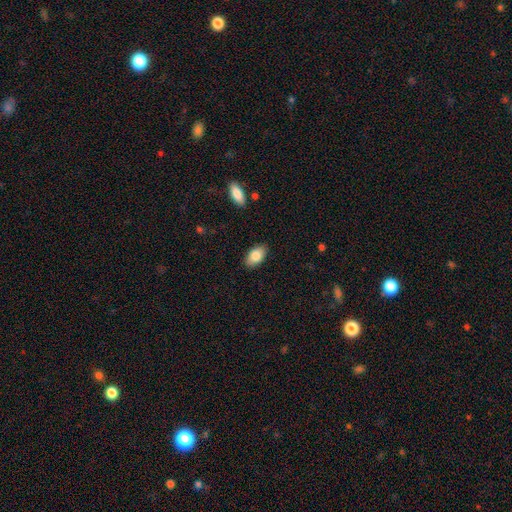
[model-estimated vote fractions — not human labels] Smooth or featured? Predicted: smooth (p=0.83). How rounded? Predicted: in between (p=0.94). Merging? Predicted: none (p=0.87).